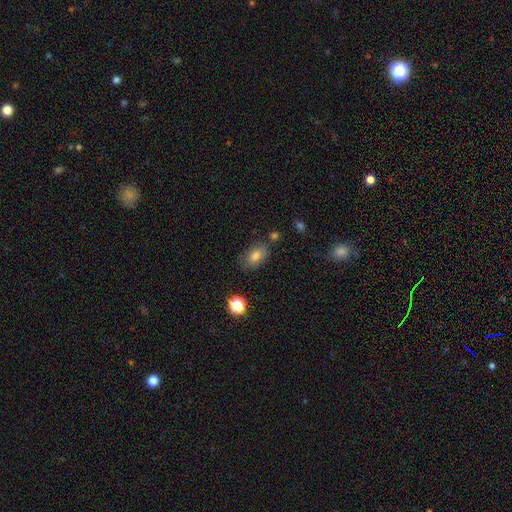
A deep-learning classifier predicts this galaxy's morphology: A smooth galaxy with no disk features (79%) that is in between round and cigar-shaped (89%).

Vote fractions:
- Smooth or featured? smooth: 79% / featured or disk: 12% / star or artifact: 10%
- How rounded? in between: 89% / round: 8% / cigar-shaped: 3%
- Merging? none: 74% / minor disturbance: 16% / merger: 5% / major disturbance: 4%